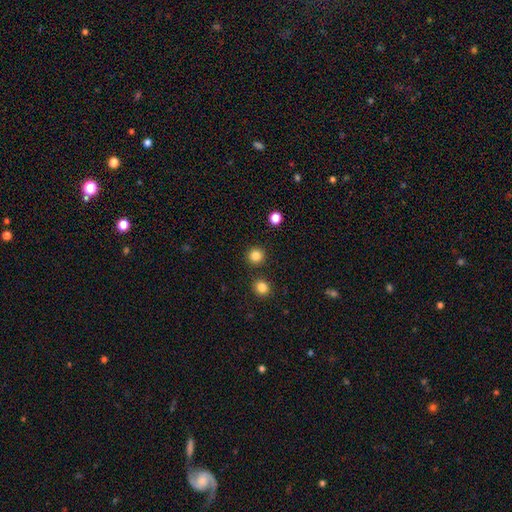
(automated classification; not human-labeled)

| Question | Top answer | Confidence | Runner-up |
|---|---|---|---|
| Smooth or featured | smooth | 84% | star or artifact (12%) |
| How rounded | round | 94% | in between (5%) |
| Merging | none | 90% | minor disturbance (5%) |